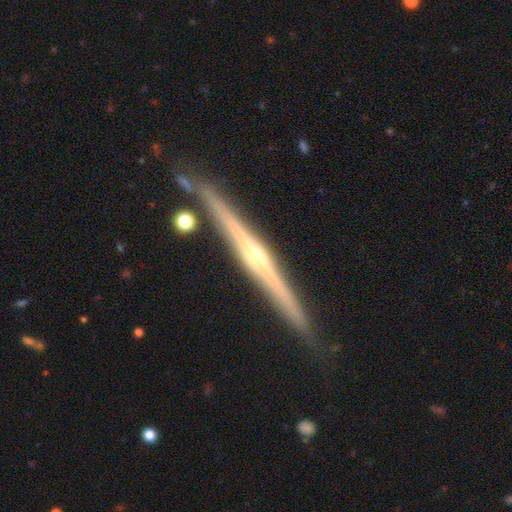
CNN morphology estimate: This appears to be a featured or disk galaxy (85%) viewed edge-on (98%) with a rounded central bulge (78%). Merging: none (88%).